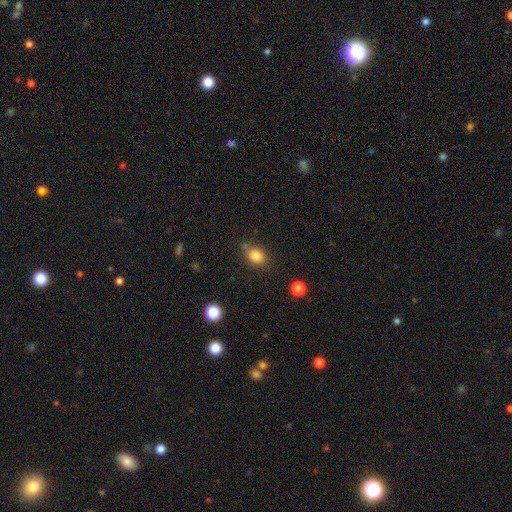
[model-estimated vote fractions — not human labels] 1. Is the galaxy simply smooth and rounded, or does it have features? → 82% smooth, 11% star or artifact, 7% featured or disk.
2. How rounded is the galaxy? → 50% in between, 48% round, 1% cigar-shaped.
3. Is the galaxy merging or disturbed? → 73% none, 15% minor disturbance, 8% merger, 4% major disturbance.